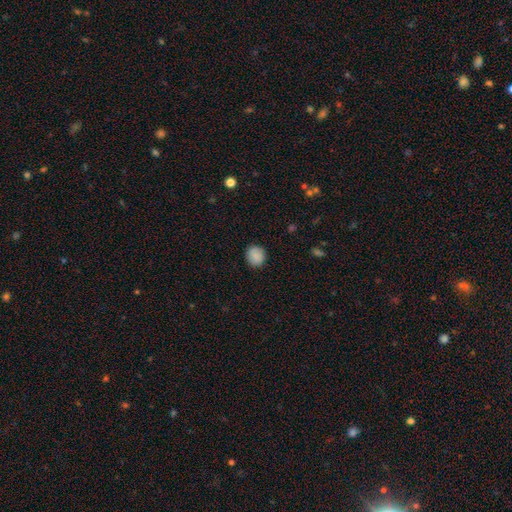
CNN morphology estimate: Smooth or featured? Predicted: smooth (p=0.88). How rounded? Predicted: round (p=0.82). Merging? Predicted: none (p=0.88).